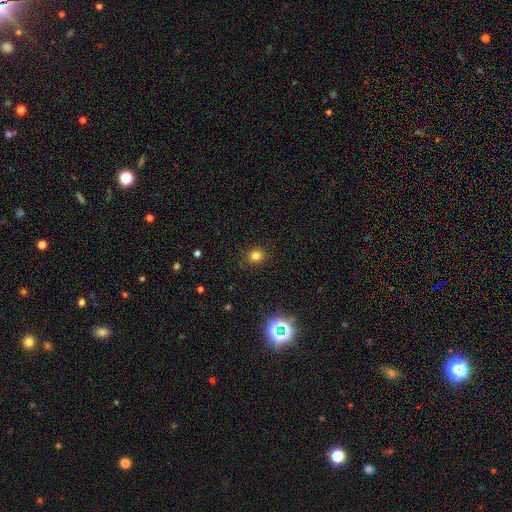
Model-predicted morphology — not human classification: A smooth galaxy with no disk features (77%) that is round (76%). Merging: none (87%).